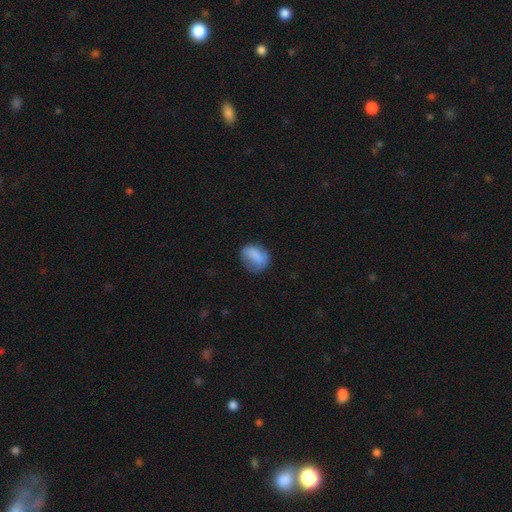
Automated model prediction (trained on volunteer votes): A smooth galaxy with no disk features (78%) that is in between round and cigar-shaped (62%).

Vote fractions:
- Smooth or featured? smooth: 78% / featured or disk: 14% / star or artifact: 8%
- How rounded? in between: 62% / round: 36% / cigar-shaped: 2%
- Merging? none: 54% / minor disturbance: 30% / major disturbance: 14% / merger: 2%